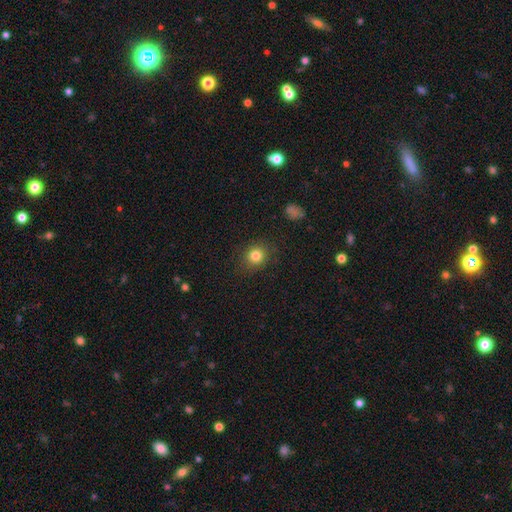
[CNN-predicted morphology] smooth_or_featured: smooth (p=0.82) [alt: star or artifact p=0.12]
how_rounded: round (p=0.79) [alt: in between p=0.20]
merging: none (p=0.86) [alt: minor disturbance p=0.10]